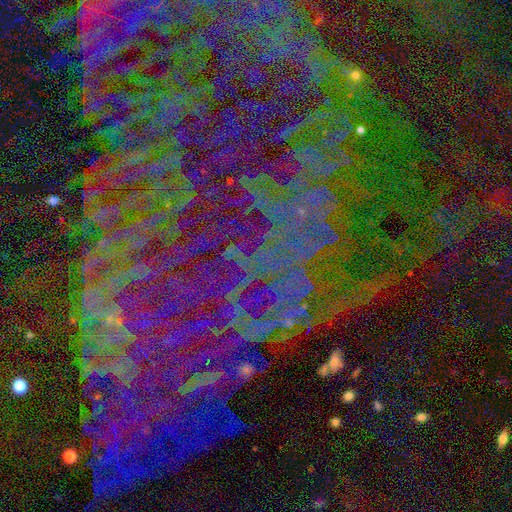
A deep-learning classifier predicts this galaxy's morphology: Smooth or featured? star or artifact (84%)